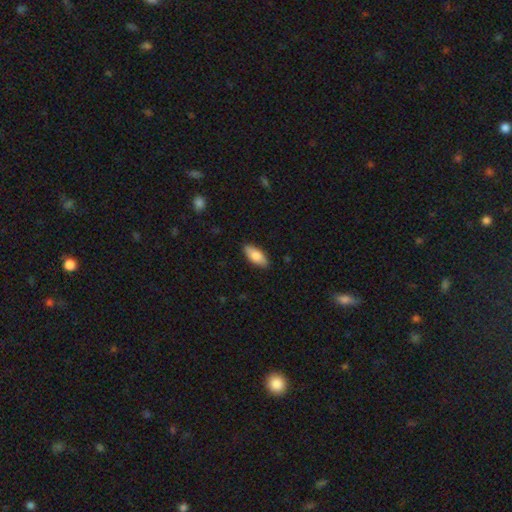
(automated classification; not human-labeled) The model was most divided on "smooth or featured": smooth: 81%, featured or disk: 13%, star or artifact: 6%. More confident: merging — none (87%); how rounded — in between (84%).